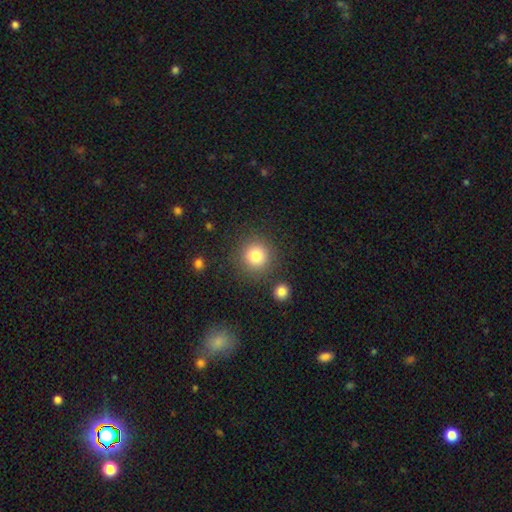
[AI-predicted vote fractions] A smooth galaxy with no disk features (82%) that is round (93%). Merging: none (84%).